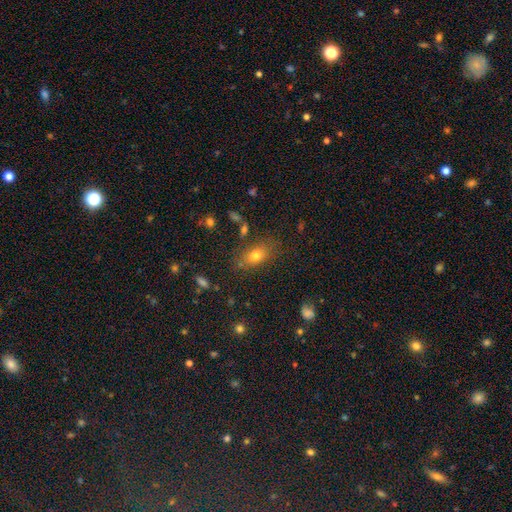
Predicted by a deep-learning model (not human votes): This is likely a smooth galaxy (74%). How rounded: likely in between (76%). Merging: likely none (75%).